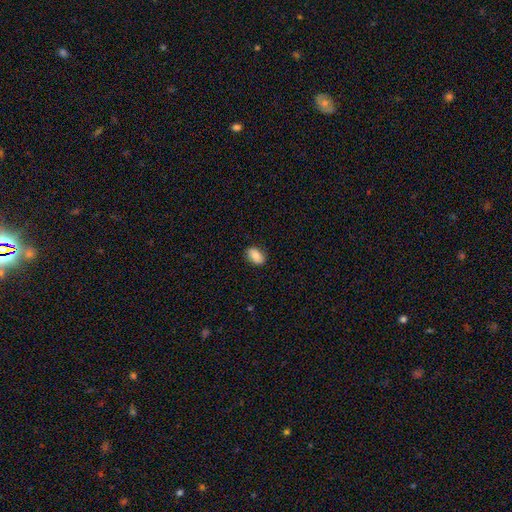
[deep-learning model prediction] Q: Smooth or featured?
A: smooth (85%); runner-up: featured or disk (7%)
Q: How rounded?
A: in between (90%); runner-up: round (8%)
Q: Merging?
A: none (87%); runner-up: minor disturbance (10%)